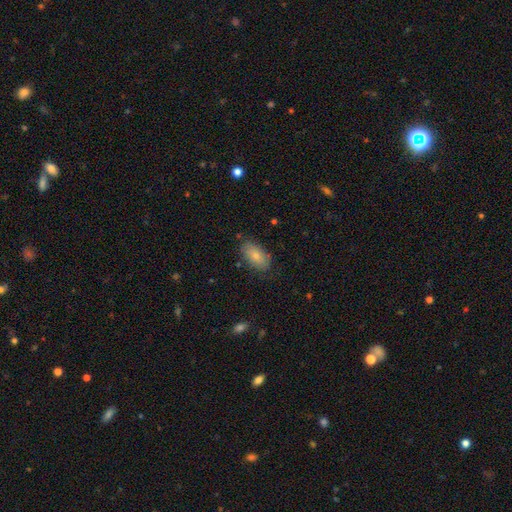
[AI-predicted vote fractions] Morphology: type=smooth (81%); roundness=in between (92%); merging=none (81%).